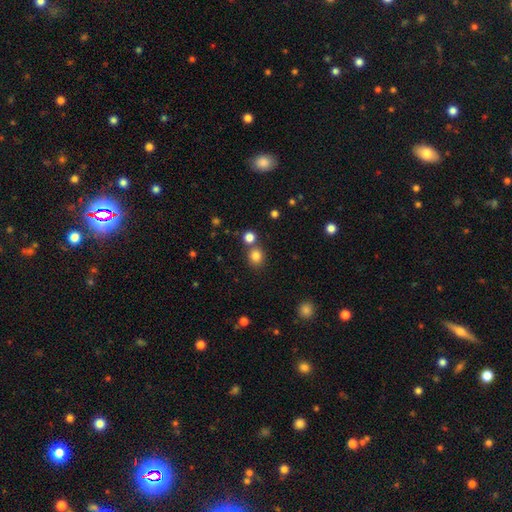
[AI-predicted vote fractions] smooth_or_featured: smooth (p=0.81) [alt: star or artifact p=0.14]
how_rounded: round (p=0.84) [alt: in between p=0.15]
merging: none (p=0.71) [alt: merger p=0.18]